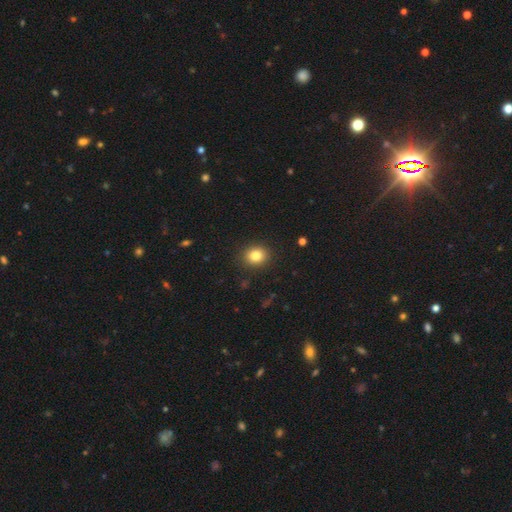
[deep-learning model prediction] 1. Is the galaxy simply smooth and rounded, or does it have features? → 83% smooth, 11% star or artifact, 6% featured or disk.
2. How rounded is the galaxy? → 69% round, 31% in between, 1% cigar-shaped.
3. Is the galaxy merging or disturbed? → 89% none, 7% minor disturbance, 2% major disturbance, 1% merger.